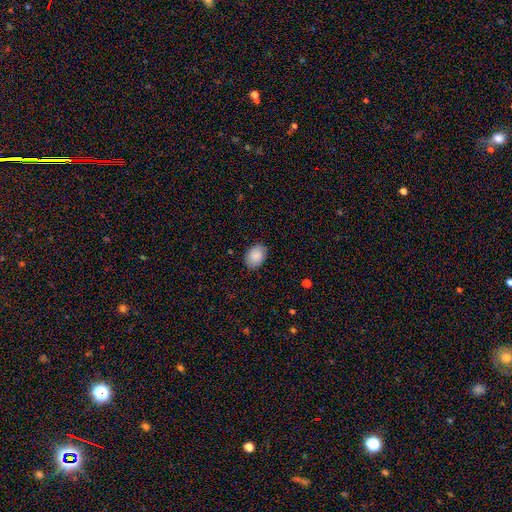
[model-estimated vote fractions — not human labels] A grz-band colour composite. It shows a smooth galaxy with no disk features (89%) that is in between round and cigar-shaped (78%). Merging: none (86%).